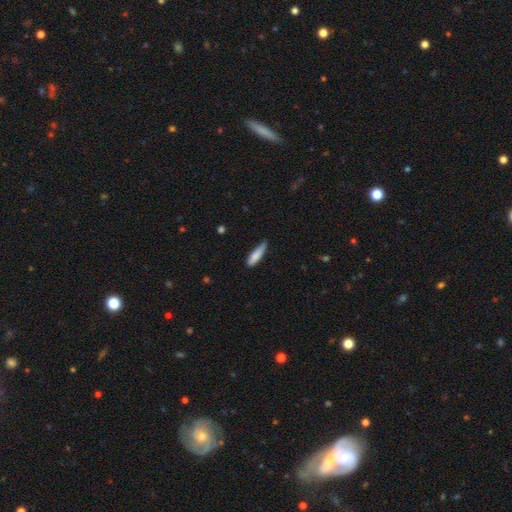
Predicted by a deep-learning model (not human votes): A smooth galaxy with no disk features (81%) that is cigar-shaped (69%).

Vote fractions:
- Smooth or featured? smooth: 81% / featured or disk: 13% / star or artifact: 6%
- How rounded? cigar-shaped: 69% / in between: 30% / round: 2%
- Merging? none: 61% / minor disturbance: 32% / major disturbance: 5% / merger: 2%